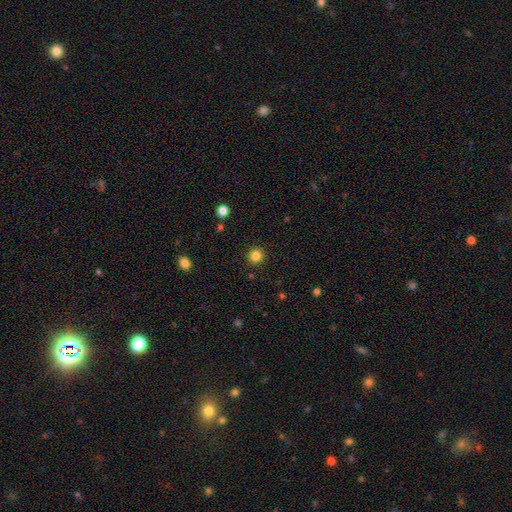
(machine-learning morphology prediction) Overall: smooth (84%). How rounded: round (90%). Merging: none (91%).